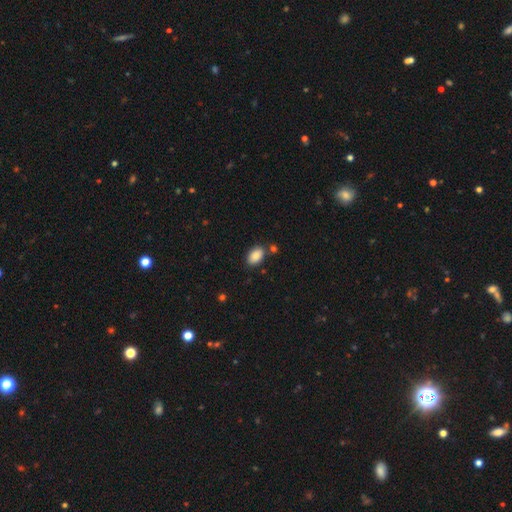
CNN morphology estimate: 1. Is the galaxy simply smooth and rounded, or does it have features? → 89% smooth, 7% star or artifact, 4% featured or disk.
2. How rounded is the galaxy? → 92% in between, 7% round, 1% cigar-shaped.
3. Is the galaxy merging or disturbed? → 77% none, 11% minor disturbance, 9% merger, 3% major disturbance.